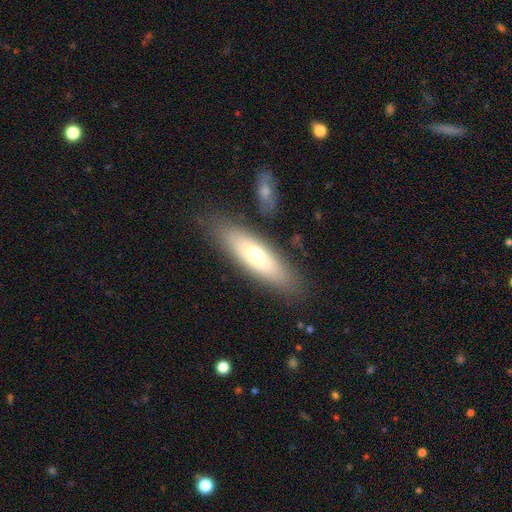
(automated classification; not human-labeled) Overall: smooth (63%; featured or disk 30%). How rounded: cigar-shaped (53%; in between 45%). Merging: none (82%).